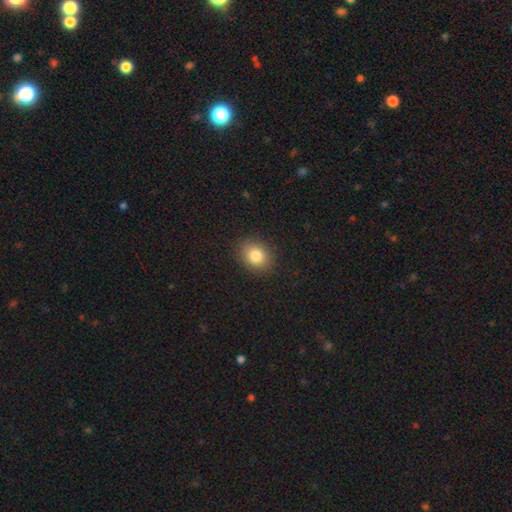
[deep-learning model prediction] Smooth or featured: smooth — 82% (star or artifact — 11%)
How rounded: round — 56% (in between — 43%)
Merging: none — 88% (minor disturbance — 8%)